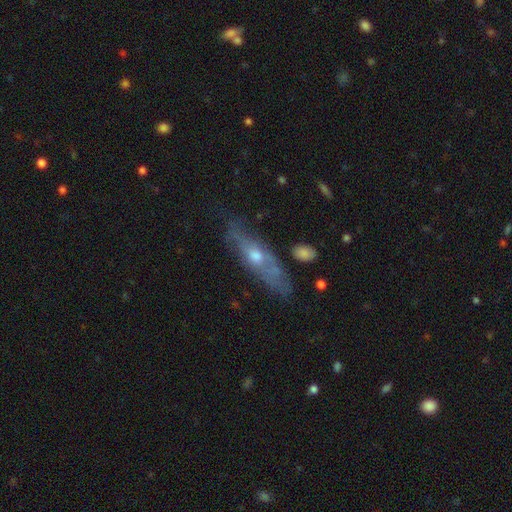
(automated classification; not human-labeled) Smooth or featured: featured or disk — 60% (smooth — 33%)
Edge-on disk: yes — 59% (no — 41%)
Merging: none — 64% (minor disturbance — 22%)